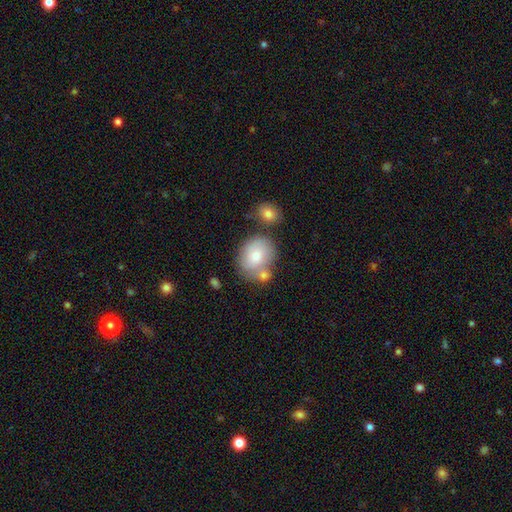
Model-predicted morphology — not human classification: Overall: smooth (72%). How rounded: round (61%; in between 38%). Merging: none (55%; merger 21%).